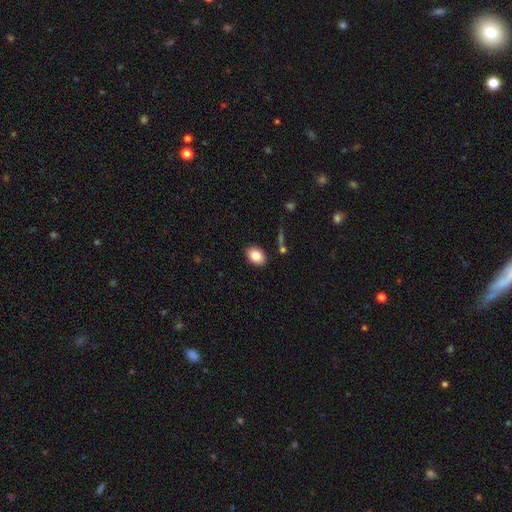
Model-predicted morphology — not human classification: smooth 84%, star or artifact 8%, featured or disk 8%. Down the decision tree: how rounded — in between (77%); merging — none (86%).